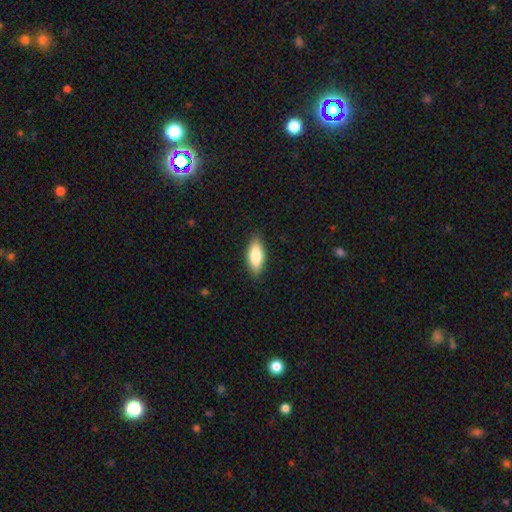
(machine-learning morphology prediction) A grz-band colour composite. It shows a smooth galaxy with no disk features (77%) that is in between round and cigar-shaped (74%). Merging: none (87%).